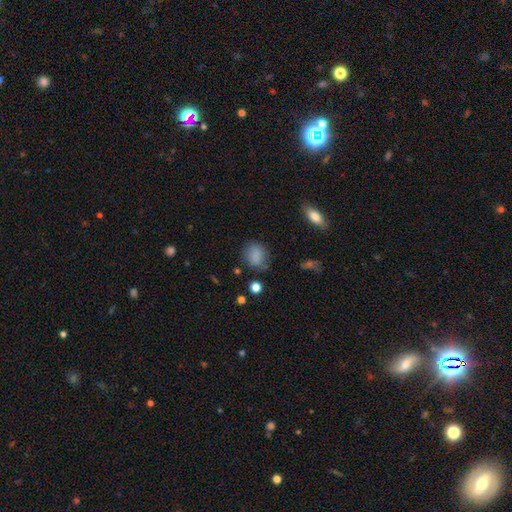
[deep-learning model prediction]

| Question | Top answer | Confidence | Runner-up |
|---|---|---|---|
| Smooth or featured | smooth | 82% | star or artifact (11%) |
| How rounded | round | 51% | in between (48%) |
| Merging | none | 67% | minor disturbance (23%) |